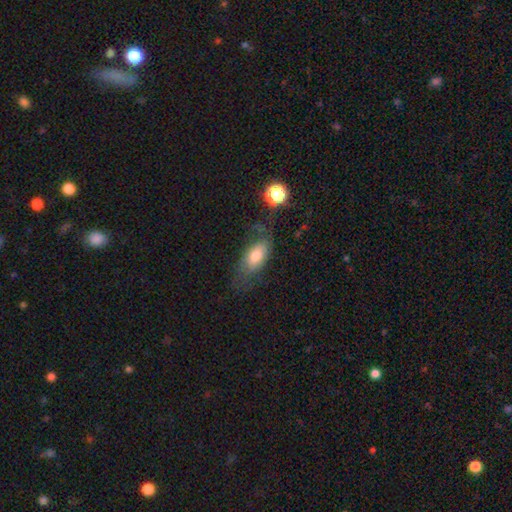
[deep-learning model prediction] Smooth or featured?
  - smooth: 67% *
  - featured or disk: 24%
  - star or artifact: 9%
How rounded?
  - in between: 87% *
  - cigar-shaped: 9%
  - round: 5%
Merging?
  - none: 51% *
  - minor disturbance: 25%
  - major disturbance: 20%
  - merger: 4%